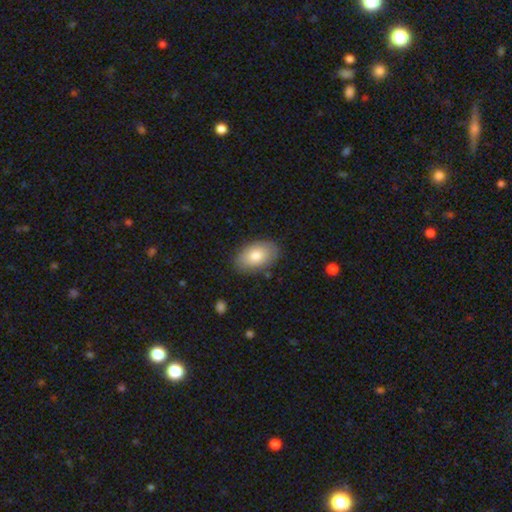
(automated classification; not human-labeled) smooth-or-featured: smooth: 79% | featured or disk: 15% | star or artifact: 6%
  how-rounded: in between: 93% | round: 6% | cigar-shaped: 1%
  merging: none: 85% | minor disturbance: 12% | major disturbance: 2% | merger: 1%